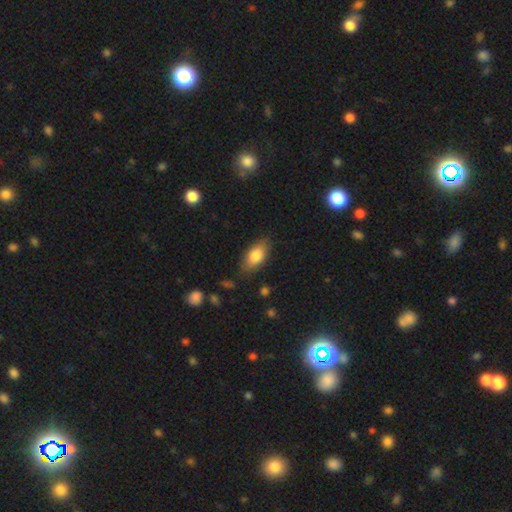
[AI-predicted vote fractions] smooth_or_featured: smooth (p=0.81) [alt: featured or disk p=0.13]
how_rounded: in between (p=0.89) [alt: cigar-shaped p=0.07]
merging: none (p=0.80) [alt: minor disturbance p=0.15]